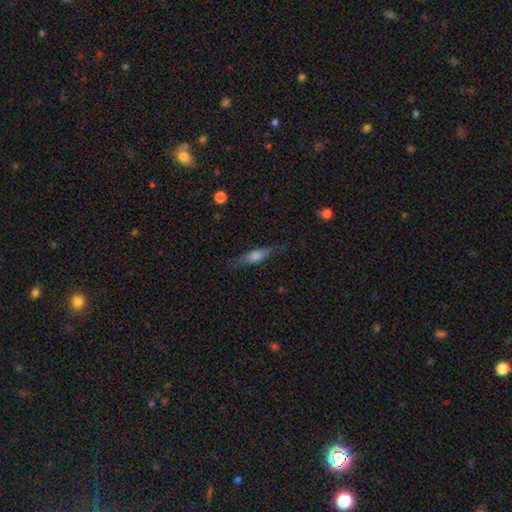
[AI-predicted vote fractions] Q: Smooth or featured?
A: smooth (56%); runner-up: featured or disk (36%)
Q: How rounded?
A: cigar-shaped (62%); runner-up: in between (35%)
Q: Merging?
A: none (76%); runner-up: minor disturbance (17%)